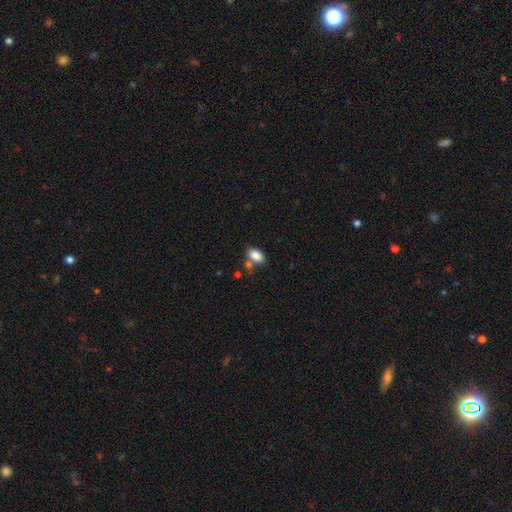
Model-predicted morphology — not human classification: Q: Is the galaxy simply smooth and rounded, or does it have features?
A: smooth — 86%.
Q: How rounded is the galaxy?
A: in between — 91%.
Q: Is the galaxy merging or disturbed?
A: none — 59%.